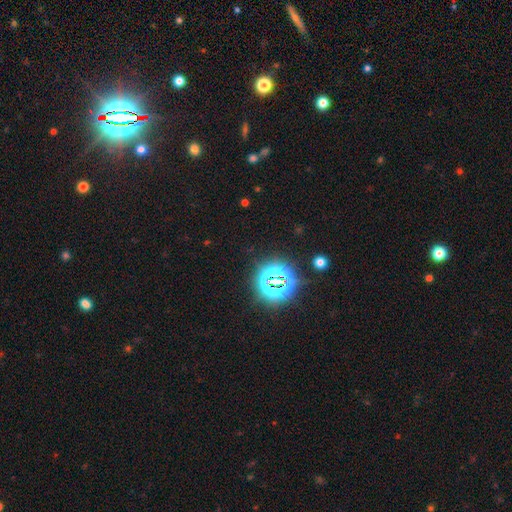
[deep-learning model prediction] star or artifact 79%, smooth 13%, featured or disk 7%.